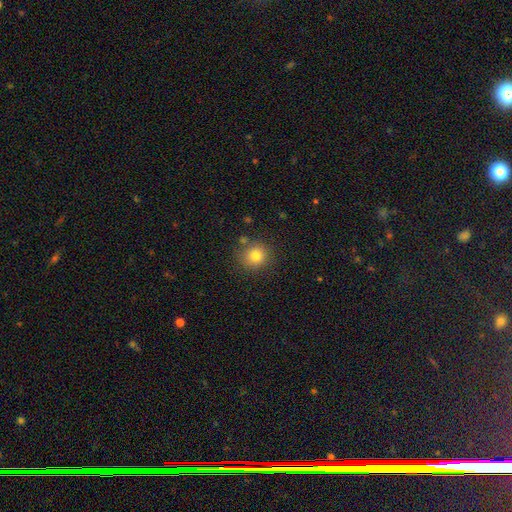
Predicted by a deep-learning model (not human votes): Morphology: type=smooth (79%); roundness=round (90%); merging=none (81%).